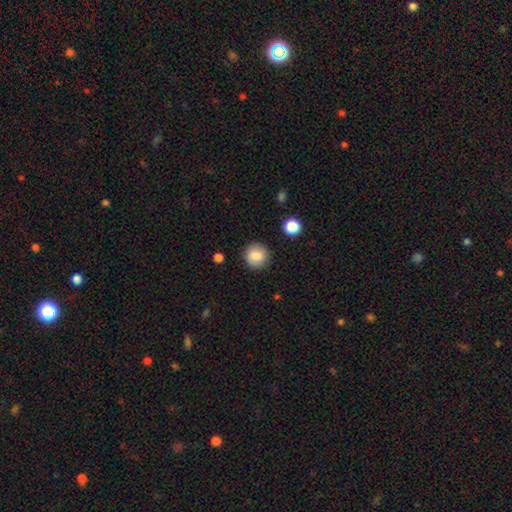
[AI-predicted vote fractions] smooth_or_featured: smooth (p=0.84) [alt: star or artifact p=0.09]
how_rounded: round (p=0.93) [alt: in between p=0.06]
merging: none (p=0.88) [alt: minor disturbance p=0.08]